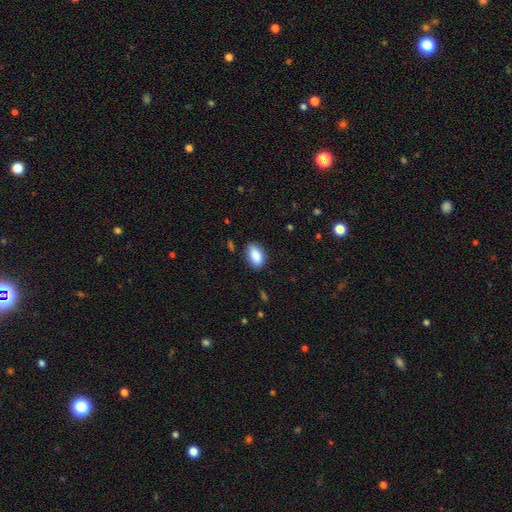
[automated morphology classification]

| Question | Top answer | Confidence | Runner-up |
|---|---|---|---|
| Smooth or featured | smooth | 88% | star or artifact (7%) |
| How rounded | in between | 92% | round (5%) |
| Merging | none | 85% | minor disturbance (11%) |